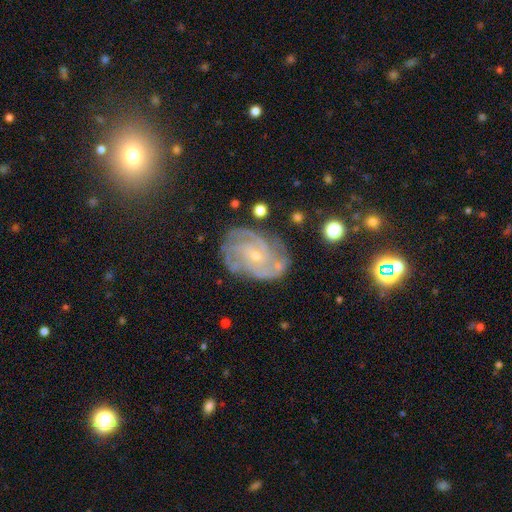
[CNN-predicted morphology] Q: Smooth or featured?
A: featured or disk (87%); runner-up: smooth (7%)
Q: Edge-on disk?
A: no (97%); runner-up: yes (3%)
Q: Bar?
A: no (69%); runner-up: weak (25%)
Q: Spiral arms?
A: yes (96%); runner-up: no (4%)
Q: Spiral winding?
A: tight (59%); runner-up: medium (34%)
Q: Spiral arm count?
A: 3 (30%); runner-up: can't tell (21%)
Q: Bulge size?
A: small (82%); runner-up: moderate (15%)
Q: Merging?
A: none (69%); runner-up: minor disturbance (20%)